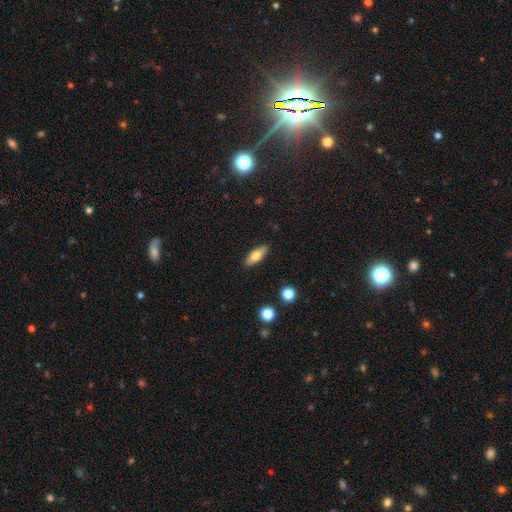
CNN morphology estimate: Smooth or featured?
  - smooth: 65% *
  - featured or disk: 29%
  - star or artifact: 7%
How rounded?
  - in between: 66% *
  - cigar-shaped: 31%
  - round: 3%
Merging?
  - none: 88% *
  - minor disturbance: 9%
  - major disturbance: 2%
  - merger: 1%